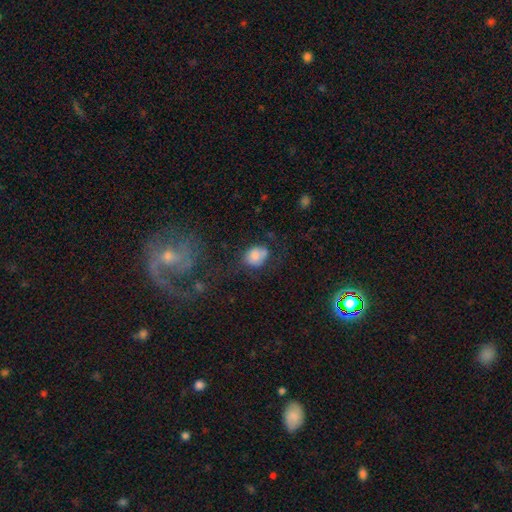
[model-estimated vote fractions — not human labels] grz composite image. It shows a smooth galaxy with no disk features (78%) that is round (51%). Merging: none (51%).